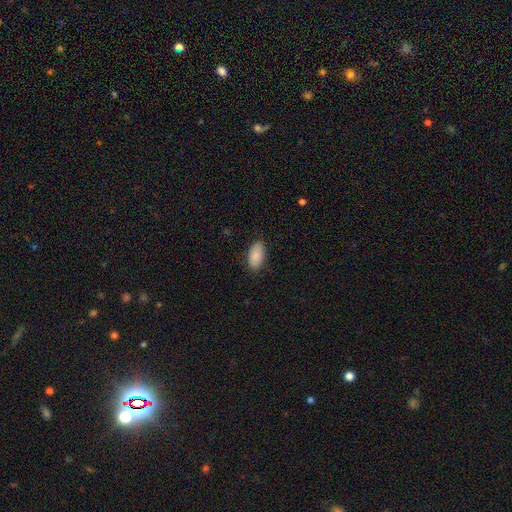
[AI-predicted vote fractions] Smooth or featured? smooth (89%)
How rounded? in between (94%)
Merging? none (85%)